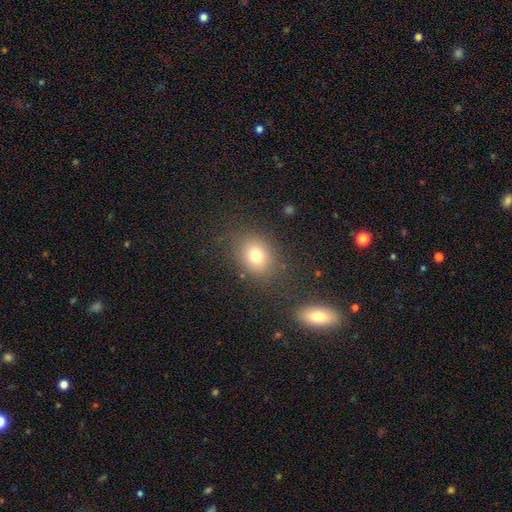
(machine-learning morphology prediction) type=smooth (74%); roundness=round (51%); merging=none (80%).